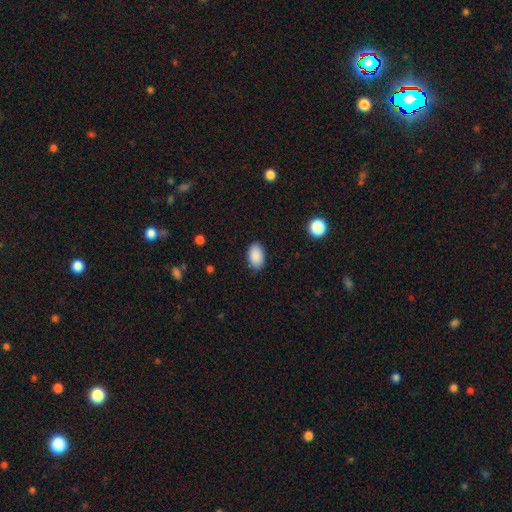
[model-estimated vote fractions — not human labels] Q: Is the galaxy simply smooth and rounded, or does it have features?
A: smooth — 90%.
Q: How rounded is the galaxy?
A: in between — 93%.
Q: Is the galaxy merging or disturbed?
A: none — 87%.